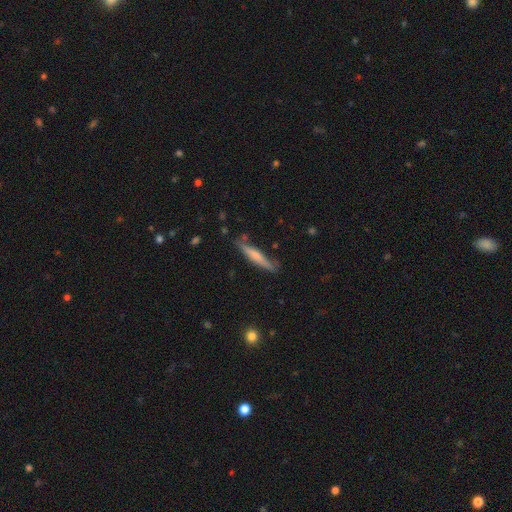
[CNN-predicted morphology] Smooth or featured? smooth (57%)
How rounded? cigar-shaped (92%)
Merging? none (79%)